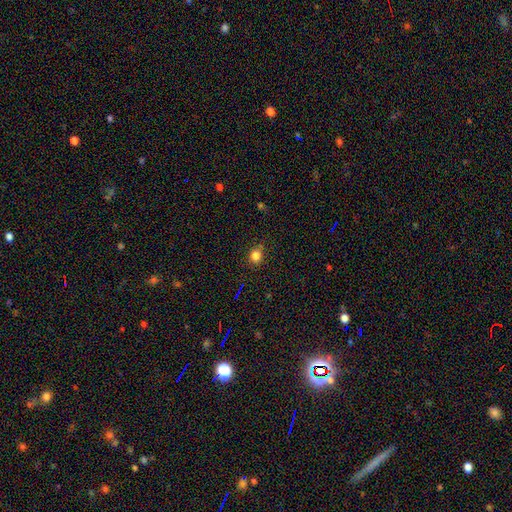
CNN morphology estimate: Smooth or featured?
  - smooth: 81% *
  - star or artifact: 14%
  - featured or disk: 5%
How rounded?
  - round: 72% *
  - in between: 27%
  - cigar-shaped: 1%
Merging?
  - none: 81% *
  - minor disturbance: 13%
  - major disturbance: 3%
  - merger: 3%